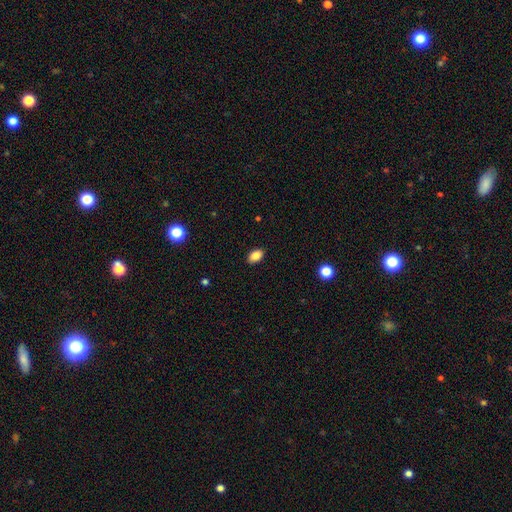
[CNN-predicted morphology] Overall: smooth (86%). How rounded: in between (87%). Merging: none (89%).